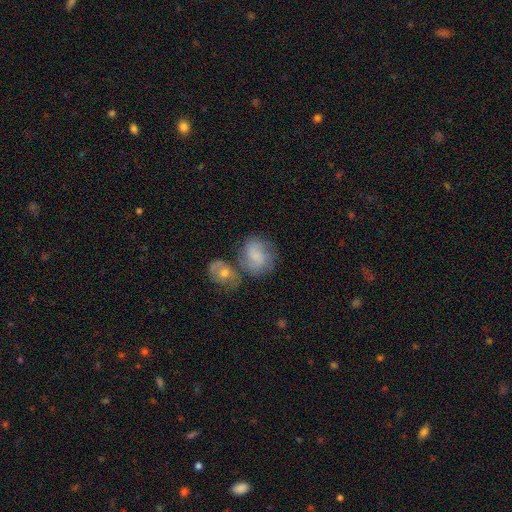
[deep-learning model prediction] smooth_or_featured: smooth (p=0.53) [alt: featured or disk p=0.39]
how_rounded: round (p=0.61) [alt: in between p=0.37]
merging: none (p=0.46) [alt: merger p=0.26]